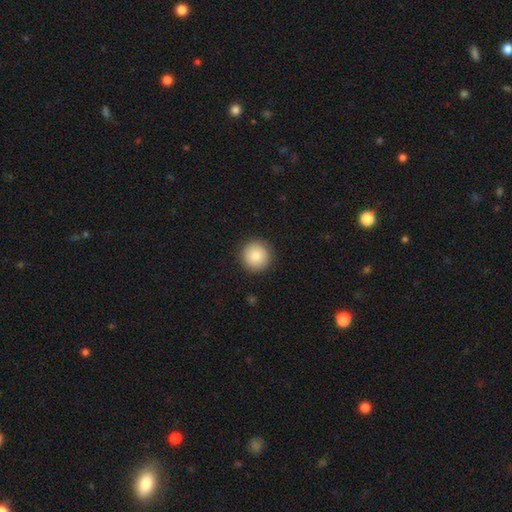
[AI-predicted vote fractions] smooth 84%, star or artifact 8%, featured or disk 7%. Down the decision tree: how rounded — round (96%); merging — none (91%).